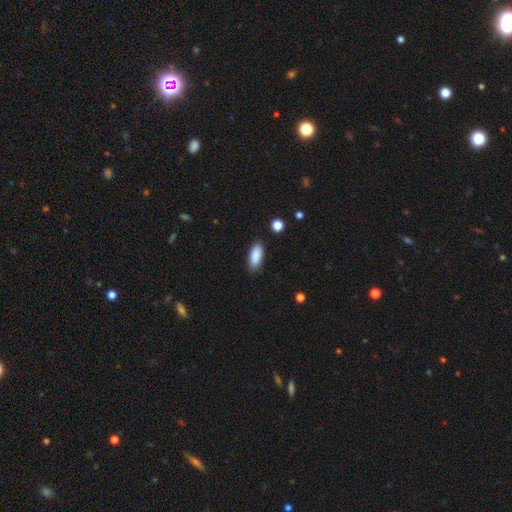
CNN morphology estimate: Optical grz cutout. It shows a smooth galaxy with no disk features (88%) that is in between round and cigar-shaped (83%). Merging: none (85%).